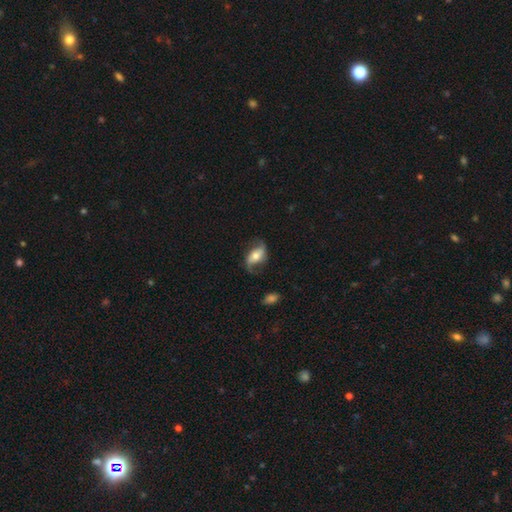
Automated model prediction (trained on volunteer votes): Q: Smooth or featured?
A: featured or disk (60%); runner-up: smooth (33%)
Q: Edge-on disk?
A: no (92%); runner-up: yes (8%)
Q: Bar?
A: no (39%); runner-up: strong (31%)
Q: Spiral arms?
A: yes (85%); runner-up: no (15%)
Q: Bulge size?
A: moderate (59%); runner-up: small (23%)
Q: Merging?
A: none (64%); runner-up: minor disturbance (21%)